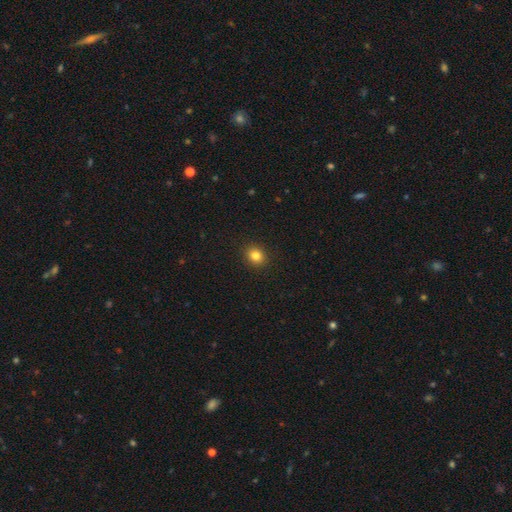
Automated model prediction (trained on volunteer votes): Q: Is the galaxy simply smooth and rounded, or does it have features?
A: smooth — 83%.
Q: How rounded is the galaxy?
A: round — 75%.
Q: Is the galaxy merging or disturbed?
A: none — 92%.